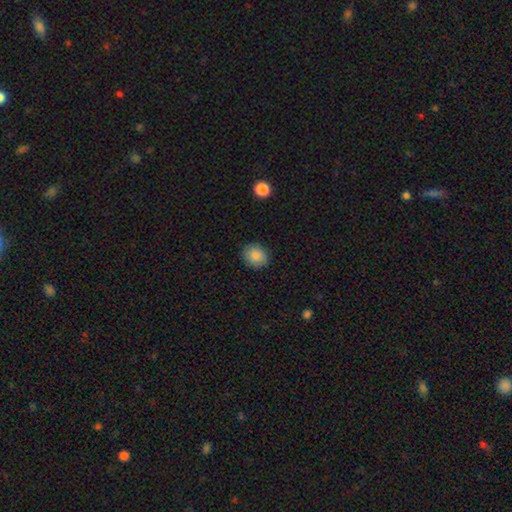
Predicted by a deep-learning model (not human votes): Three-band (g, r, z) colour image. It shows a smooth galaxy with no disk features (86%) that is round (75%). Merging: none (88%).